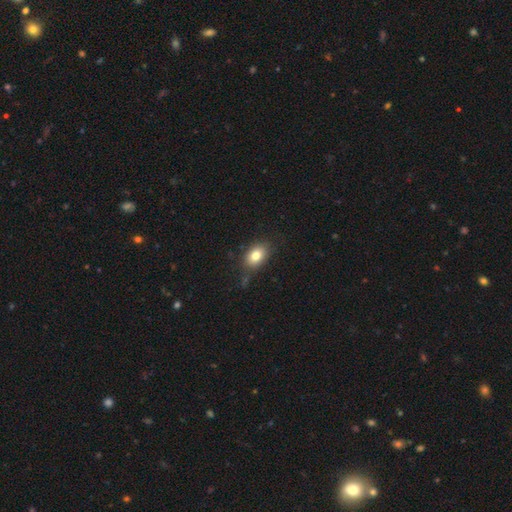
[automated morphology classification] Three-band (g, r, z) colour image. It shows a smooth galaxy with no disk features (81%) that is in between round and cigar-shaped (79%). Merging: none (75%).